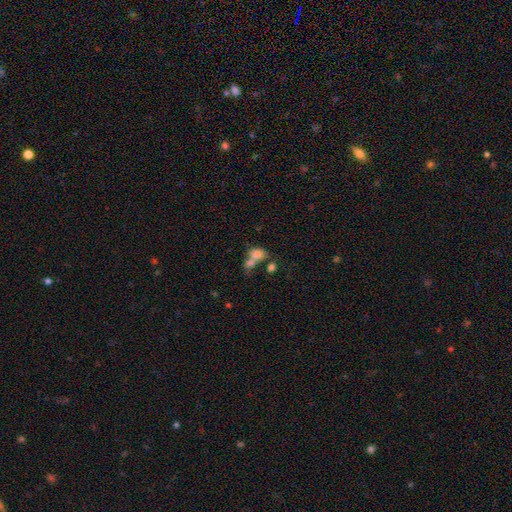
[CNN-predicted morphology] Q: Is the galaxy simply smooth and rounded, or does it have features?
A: smooth — 74%.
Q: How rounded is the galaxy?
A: in between — 74%.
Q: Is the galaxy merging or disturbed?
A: merger — 59%.